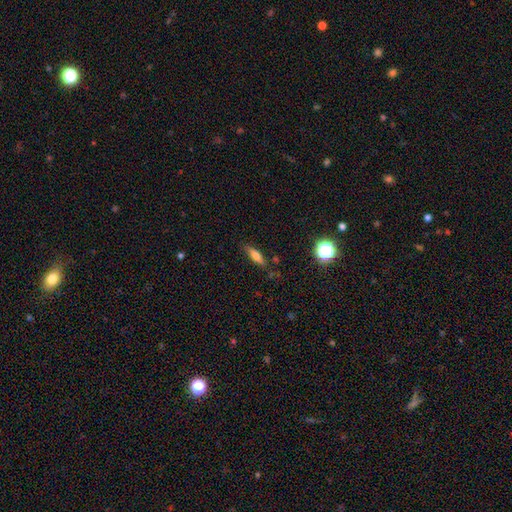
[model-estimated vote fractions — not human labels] smooth_or_featured: smooth (p=0.65) [alt: featured or disk p=0.25]
how_rounded: cigar-shaped (p=0.53) [alt: in between p=0.43]
merging: none (p=0.78) [alt: minor disturbance p=0.16]